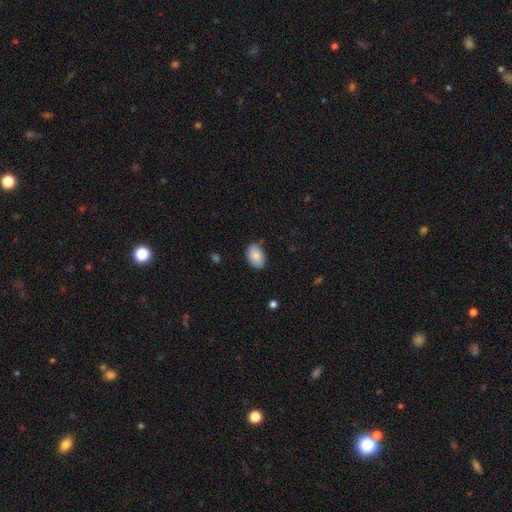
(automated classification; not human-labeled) This is clearly a smooth galaxy (87%). How rounded: clearly in between (90%). Merging: likely none (77%).